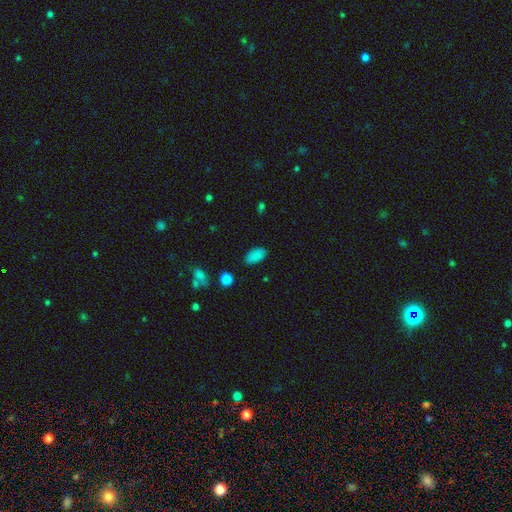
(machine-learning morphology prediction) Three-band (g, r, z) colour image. It shows a smooth galaxy with no disk features (86%) that is in between round and cigar-shaped (94%). Merging: none (85%).